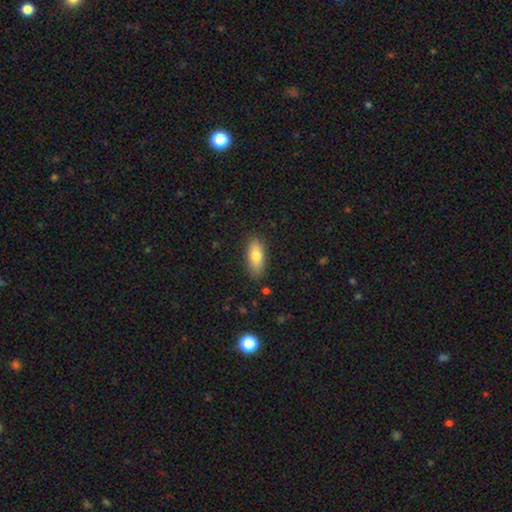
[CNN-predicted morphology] Overall: smooth (77%). How rounded: in between (77%). Merging: none (86%).